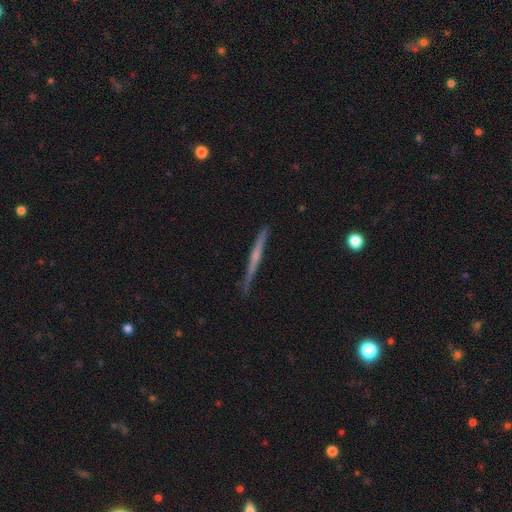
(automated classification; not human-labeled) Smooth or featured? Predicted: featured or disk (p=0.65). Edge-on disk? Predicted: yes (p=0.98). Edge-on bulge? Predicted: none (p=0.53). Merging? Predicted: none (p=0.87).